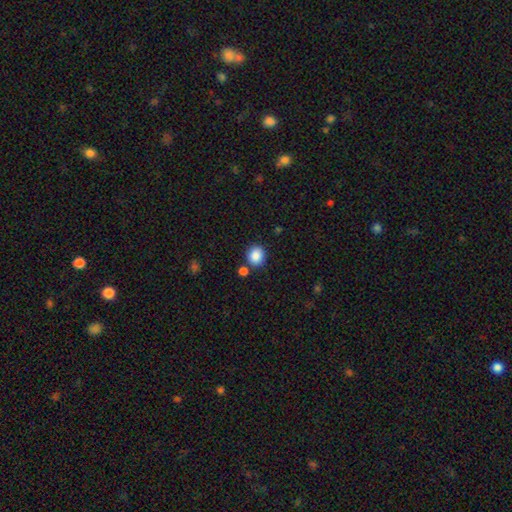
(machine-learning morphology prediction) This is clearly a smooth galaxy (87%). How rounded: likely round (79%). Merging: likely none (78%).